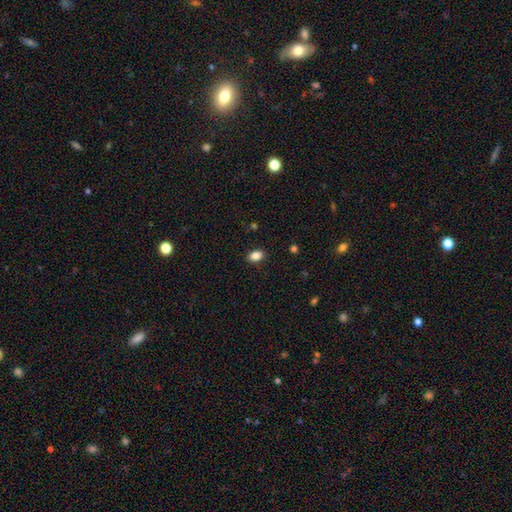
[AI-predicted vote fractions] Smooth or featured? Predicted: smooth (p=0.86). How rounded? Predicted: in between (p=0.80). Merging? Predicted: none (p=0.89).